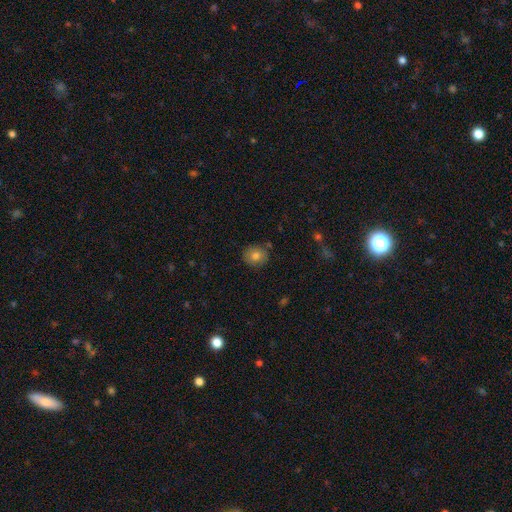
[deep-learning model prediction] This appears to be a smooth galaxy with no disk features (78%) that is round (84%). Merging: none (84%).